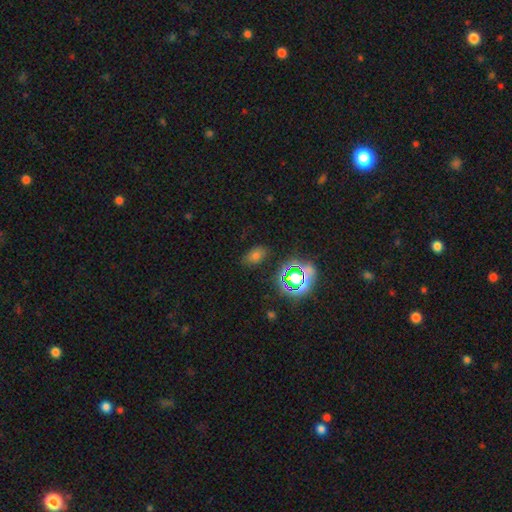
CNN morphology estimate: Q: Smooth or featured?
A: smooth (57%); runner-up: star or artifact (34%)
Q: How rounded?
A: in between (81%); runner-up: round (16%)
Q: Merging?
A: none (80%); runner-up: minor disturbance (13%)